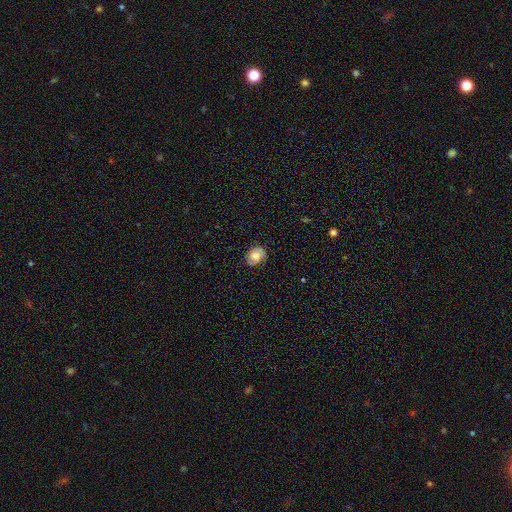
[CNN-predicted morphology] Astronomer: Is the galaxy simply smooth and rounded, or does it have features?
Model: smooth — 63%.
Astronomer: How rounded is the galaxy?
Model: in between — 62%.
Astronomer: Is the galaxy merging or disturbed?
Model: none — 76%.